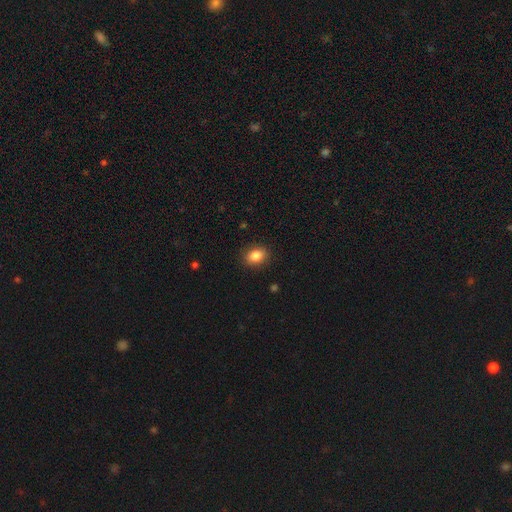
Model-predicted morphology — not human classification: Overall: smooth (86%). How rounded: in between (72%). Merging: none (89%).